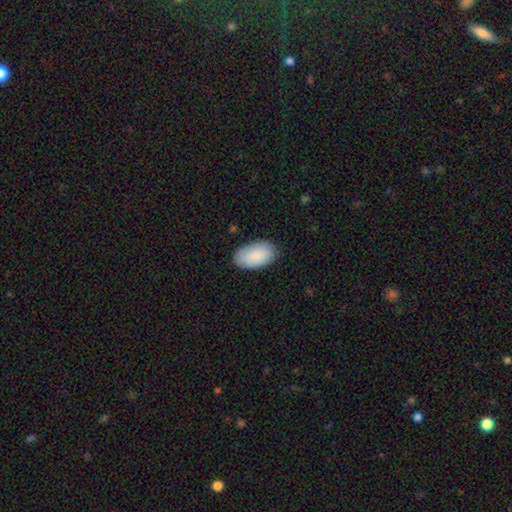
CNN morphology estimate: A smooth galaxy with no disk features (88%) that is in between round and cigar-shaped (95%). Merging: none (82%).